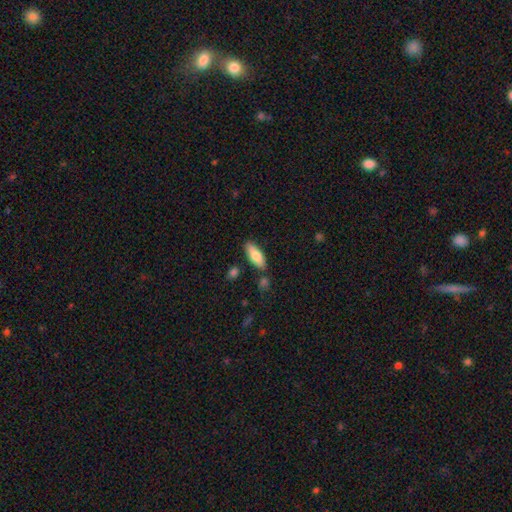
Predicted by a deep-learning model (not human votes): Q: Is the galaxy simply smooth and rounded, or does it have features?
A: smooth — 81%.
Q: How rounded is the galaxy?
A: in between — 72%.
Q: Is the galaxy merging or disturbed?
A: none — 81%.